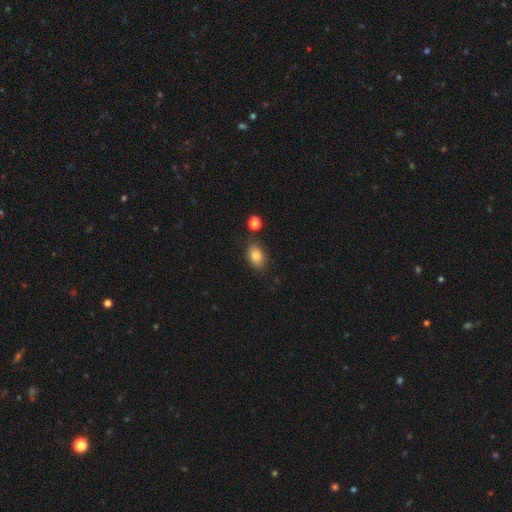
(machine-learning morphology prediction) smooth 84%, star or artifact 9%, featured or disk 7%. Down the decision tree: how rounded — in between (85%); merging — none (77%).